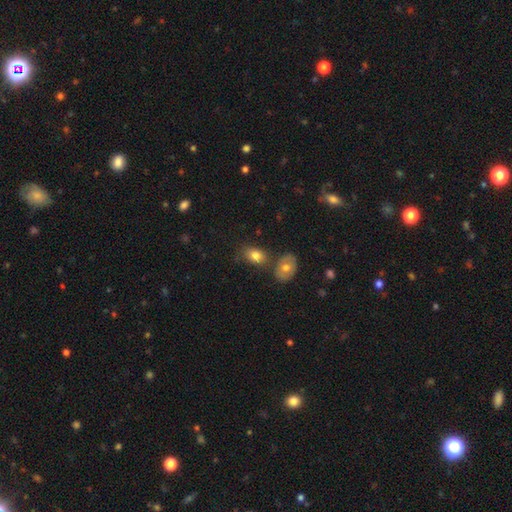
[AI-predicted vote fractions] Smooth or featured?
  - smooth: 79% *
  - featured or disk: 13%
  - star or artifact: 8%
How rounded?
  - in between: 82% *
  - round: 16%
  - cigar-shaped: 1%
Merging?
  - none: 64% *
  - merger: 18%
  - minor disturbance: 14%
  - major disturbance: 4%